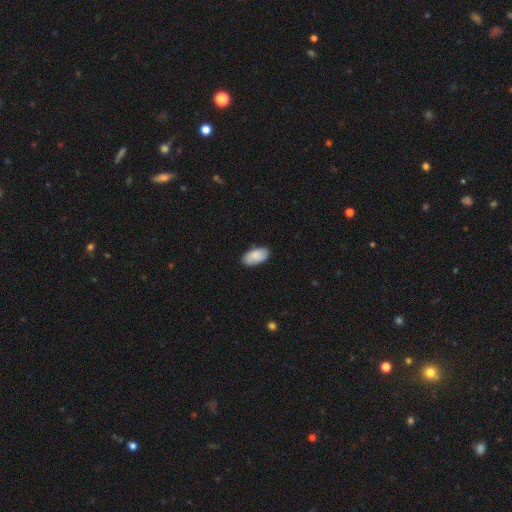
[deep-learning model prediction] This is clearly a smooth galaxy (88%). How rounded: clearly in between (95%). Merging: clearly none (86%).